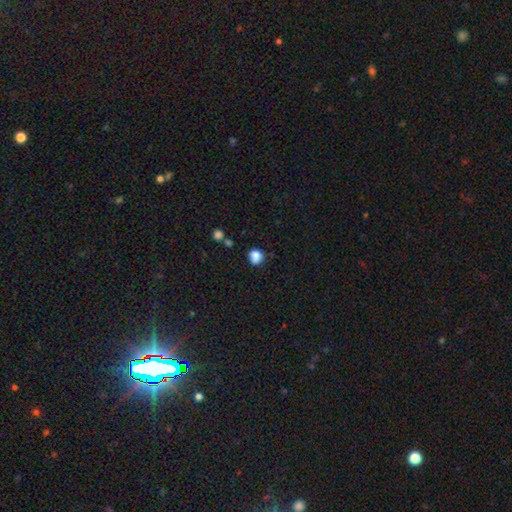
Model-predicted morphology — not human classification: smooth 83%, star or artifact 11%, featured or disk 6%. Down the decision tree: how rounded — round (73%); merging — none (61%).